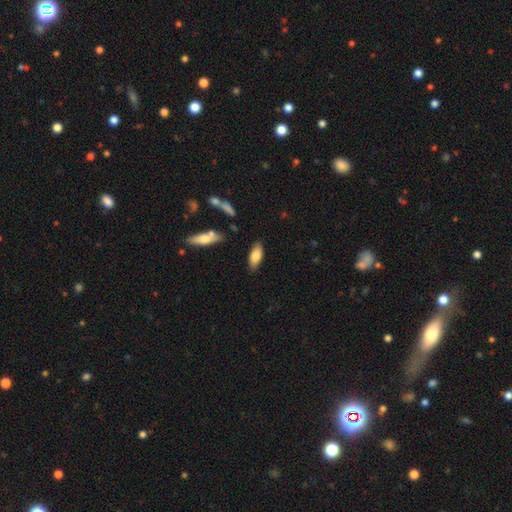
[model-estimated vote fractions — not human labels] Q: Smooth or featured?
A: smooth (80%); runner-up: featured or disk (14%)
Q: How rounded?
A: in between (81%); runner-up: cigar-shaped (17%)
Q: Merging?
A: none (84%); runner-up: minor disturbance (12%)